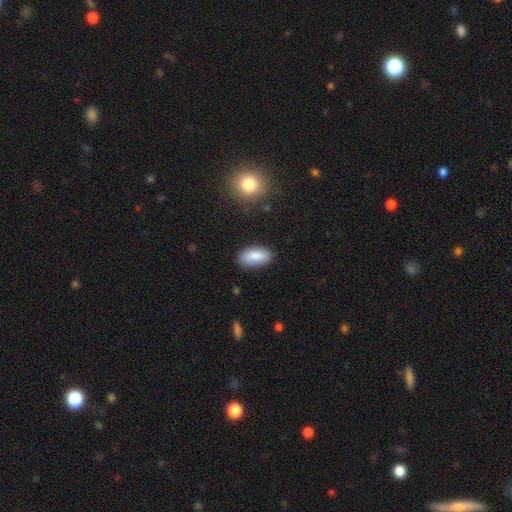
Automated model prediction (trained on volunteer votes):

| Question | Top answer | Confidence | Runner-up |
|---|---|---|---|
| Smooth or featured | smooth | 87% | featured or disk (7%) |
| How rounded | in between | 92% | cigar-shaped (5%) |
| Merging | none | 86% | minor disturbance (10%) |